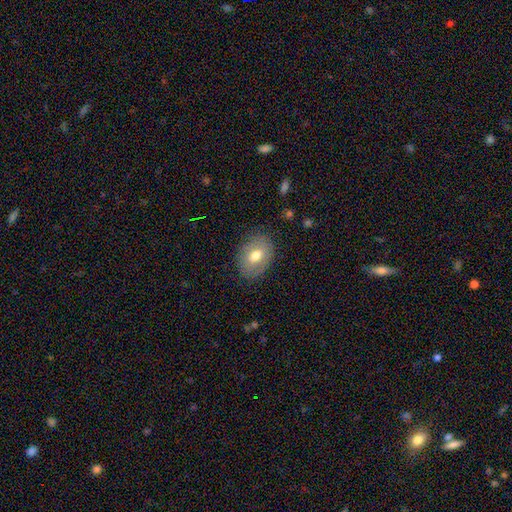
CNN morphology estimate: Q: Smooth or featured?
A: smooth (68%); runner-up: featured or disk (24%)
Q: How rounded?
A: in between (75%); runner-up: round (24%)
Q: Merging?
A: none (82%); runner-up: minor disturbance (13%)